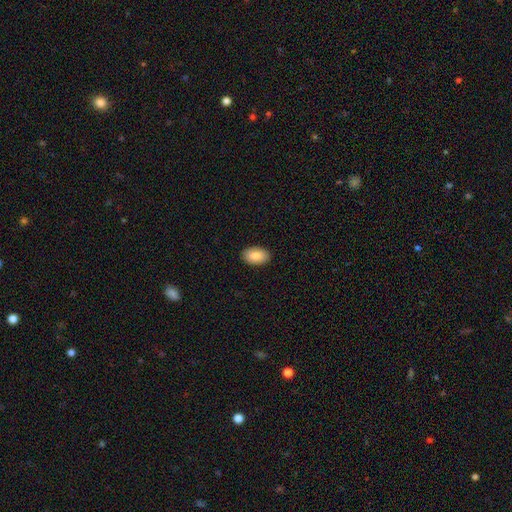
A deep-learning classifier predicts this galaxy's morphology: smooth-or-featured: smooth: 87% | featured or disk: 7% | star or artifact: 6%
  how-rounded: in between: 93% | round: 6% | cigar-shaped: 1%
  merging: none: 91% | minor disturbance: 7% | major disturbance: 2% | merger: 1%